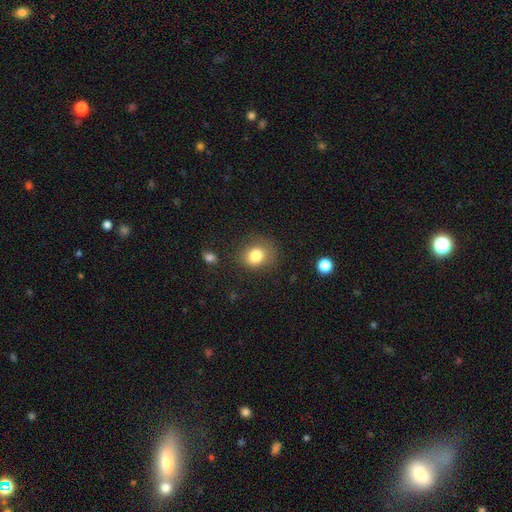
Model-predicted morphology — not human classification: A smooth galaxy with no disk features (81%) that is round (67%).

Vote fractions:
- Smooth or featured? smooth: 81% / star or artifact: 11% / featured or disk: 8%
- How rounded? round: 67% / in between: 32% / cigar-shaped: 1%
- Merging? none: 75% / minor disturbance: 16% / major disturbance: 6% / merger: 2%